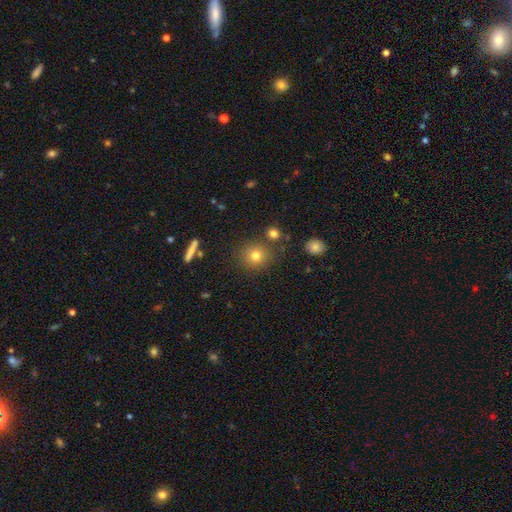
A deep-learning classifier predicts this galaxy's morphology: smooth 76%, star or artifact 15%, featured or disk 9%. Down the decision tree: how rounded — round (91%); merging — none (83%).